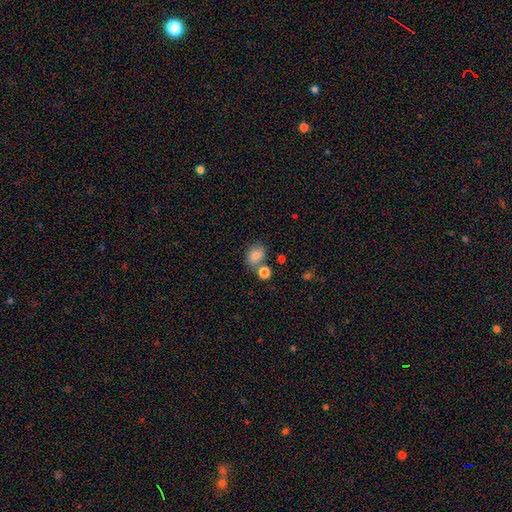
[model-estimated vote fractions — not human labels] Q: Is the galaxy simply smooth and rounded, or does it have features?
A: smooth — 82%.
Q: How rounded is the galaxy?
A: in between — 52%.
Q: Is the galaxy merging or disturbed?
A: none — 63%.